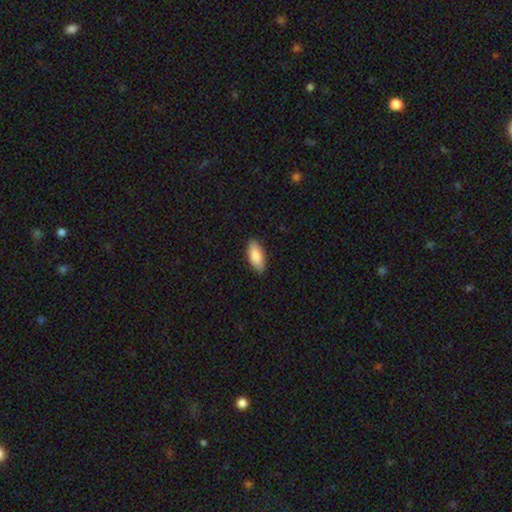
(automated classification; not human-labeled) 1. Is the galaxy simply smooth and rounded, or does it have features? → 87% smooth, 8% featured or disk, 6% star or artifact.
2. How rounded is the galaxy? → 86% in between, 12% cigar-shaped, 2% round.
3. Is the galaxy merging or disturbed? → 88% none, 9% minor disturbance, 2% major disturbance, 1% merger.